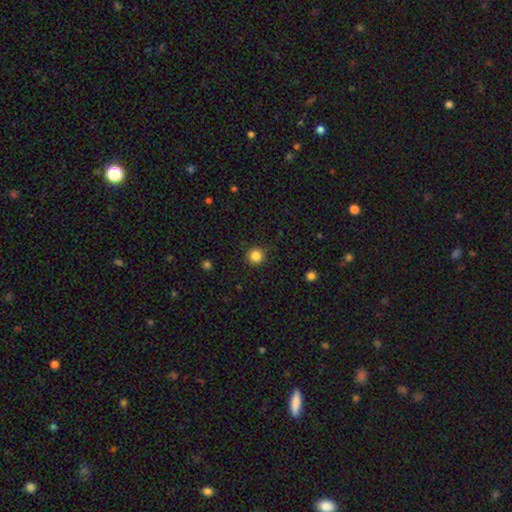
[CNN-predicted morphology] This is clearly a smooth galaxy (85%). How rounded: clearly round (95%). Merging: clearly none (91%).